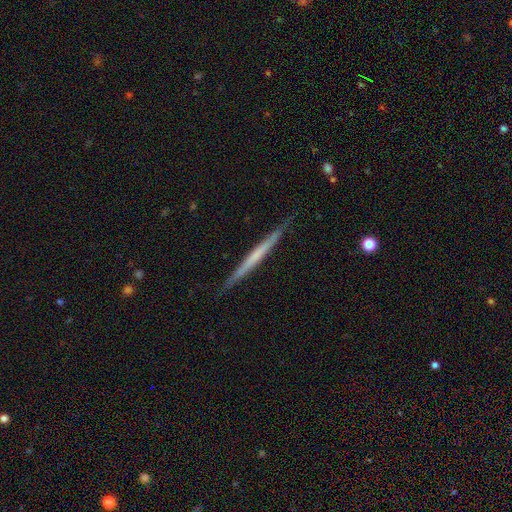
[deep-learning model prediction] A featured or disk galaxy (56%) viewed edge-on (97%) with no central bulge (85%).

Vote fractions:
- Smooth or featured? featured or disk: 56% / smooth: 39% / star or artifact: 5%
- Edge-on disk? yes: 97% / no: 3%
- Edge-on bulge? none: 85% / rounded: 10% / boxy: 5%
- Merging? none: 88% / minor disturbance: 9% / major disturbance: 2% / merger: 1%